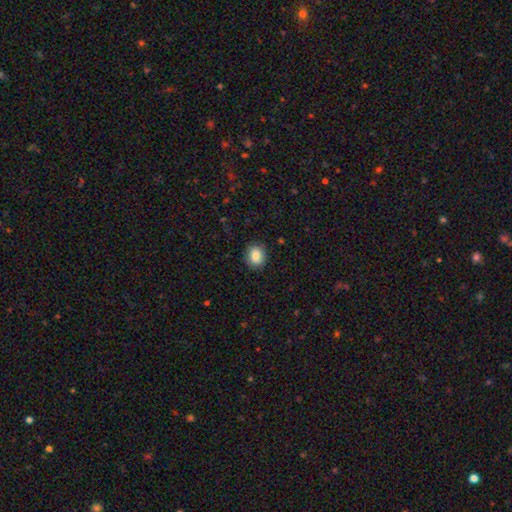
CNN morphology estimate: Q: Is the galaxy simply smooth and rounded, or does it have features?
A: smooth — 82%.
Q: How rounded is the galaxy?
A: round — 57%.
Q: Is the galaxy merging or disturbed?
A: none — 87%.